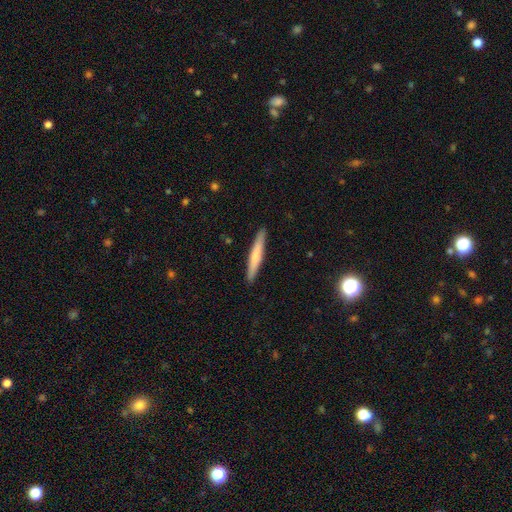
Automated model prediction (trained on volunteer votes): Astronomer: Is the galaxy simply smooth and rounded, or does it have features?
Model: smooth — 63%.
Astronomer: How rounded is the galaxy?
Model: cigar-shaped — 95%.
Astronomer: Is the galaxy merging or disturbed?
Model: none — 91%.